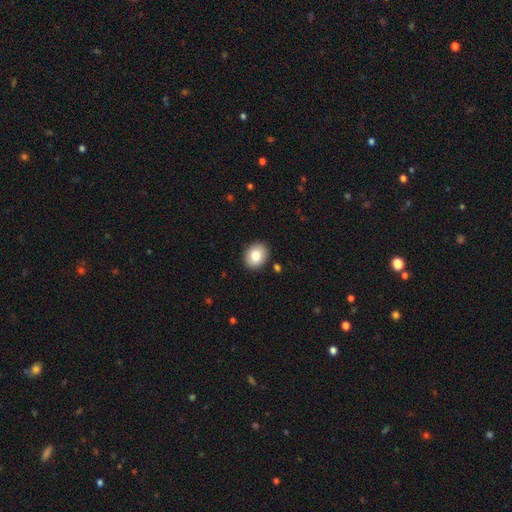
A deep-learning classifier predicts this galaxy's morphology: Smooth or featured?
  - smooth: 82% *
  - featured or disk: 10%
  - star or artifact: 8%
How rounded?
  - round: 54% *
  - in between: 46%
  - cigar-shaped: 1%
Merging?
  - none: 90% *
  - minor disturbance: 7%
  - major disturbance: 2%
  - merger: 1%